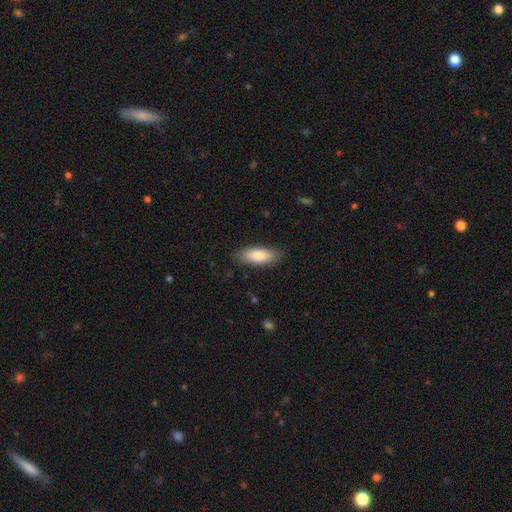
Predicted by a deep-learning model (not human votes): This is likely a smooth galaxy (80%). How rounded: likely in between (71%). Merging: clearly none (86%).